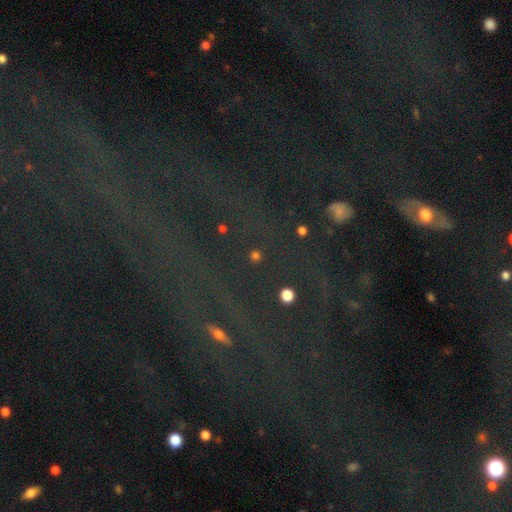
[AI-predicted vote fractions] This is likely a star or artifact rather than a galaxy (74%).